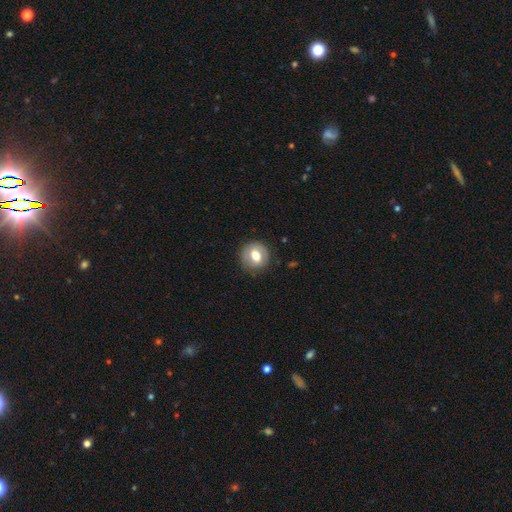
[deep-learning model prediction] Smooth or featured?
  - smooth: 66% *
  - featured or disk: 26%
  - star or artifact: 8%
How rounded?
  - round: 83% *
  - in between: 16%
  - cigar-shaped: 1%
Merging?
  - none: 84% *
  - minor disturbance: 11%
  - major disturbance: 4%
  - merger: 1%